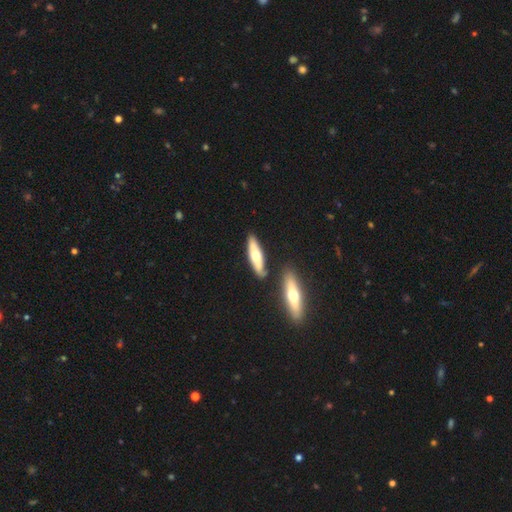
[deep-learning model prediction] Overall: smooth (51%; featured or disk 44%). How rounded: cigar-shaped (61%; in between 37%). Merging: none (78%).